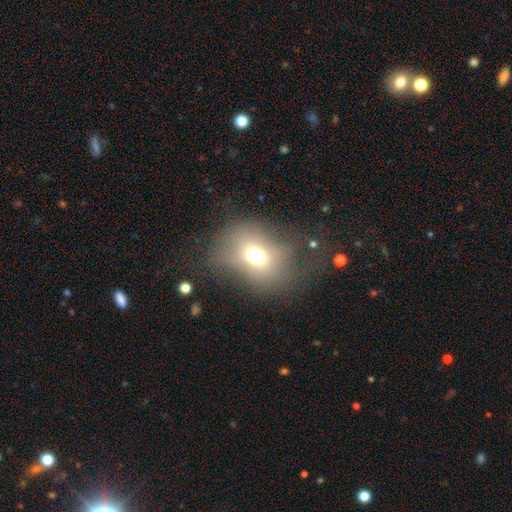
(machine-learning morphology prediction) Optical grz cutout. It shows a smooth galaxy with no disk features (65%) that is round (50%). Merging: none (50%).